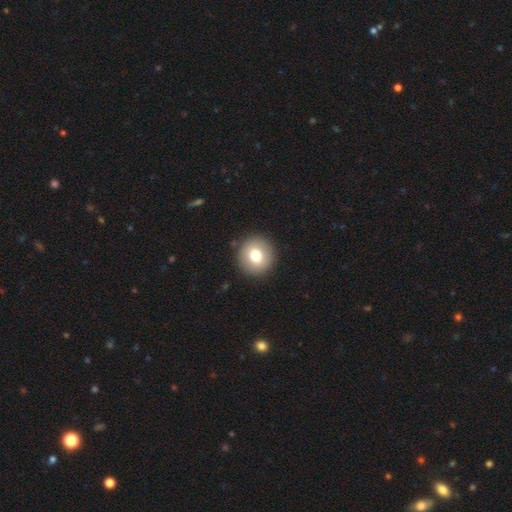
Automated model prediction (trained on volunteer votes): Overall: smooth (77%). How rounded: round (93%). Merging: none (91%).